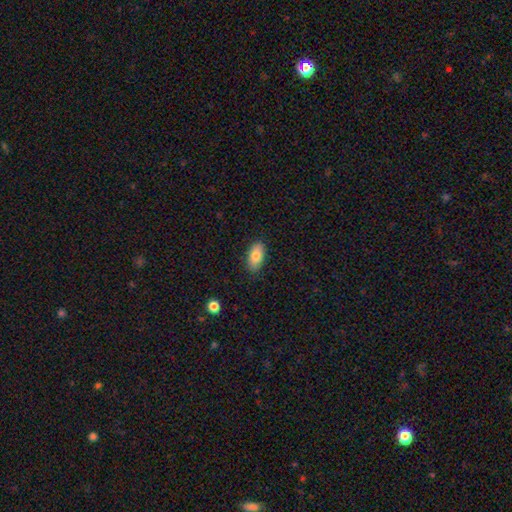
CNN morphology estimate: This is clearly a smooth galaxy (82%). How rounded: clearly in between (92%). Merging: clearly none (86%).